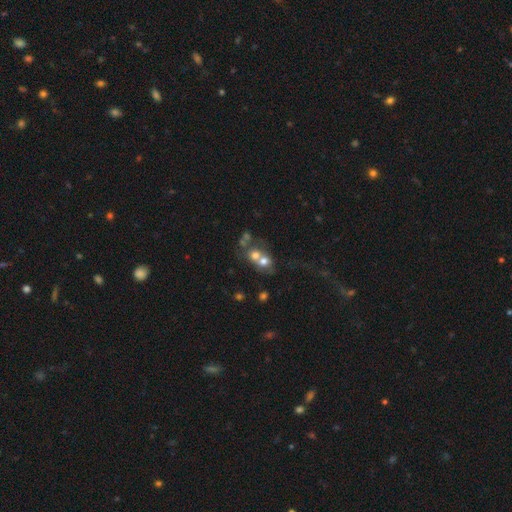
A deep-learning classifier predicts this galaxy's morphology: smooth-or-featured: smooth: 59% | featured or disk: 26% | star or artifact: 14%
  how-rounded: round: 69% | in between: 30% | cigar-shaped: 1%
  merging: merger: 64% | none: 24% | minor disturbance: 6% | major disturbance: 5%